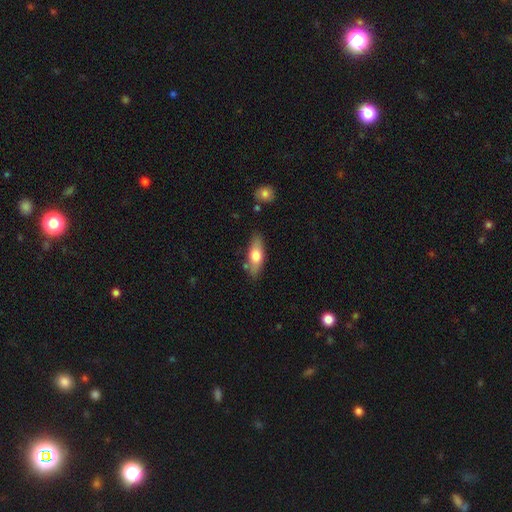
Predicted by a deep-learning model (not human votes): smooth_or_featured: smooth (p=0.66) [alt: featured or disk p=0.28]
how_rounded: in between (p=0.72) [alt: cigar-shaped p=0.25]
merging: none (p=0.78) [alt: minor disturbance p=0.15]